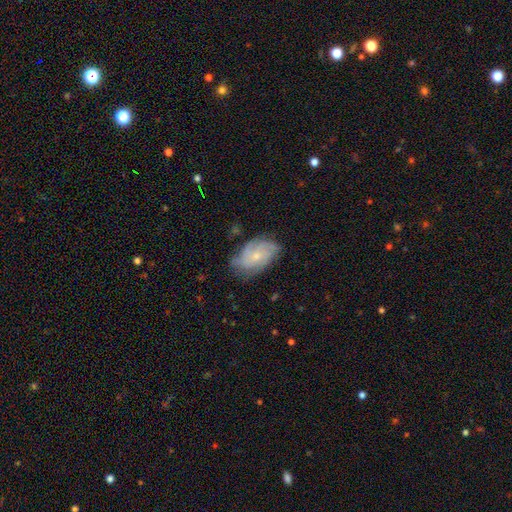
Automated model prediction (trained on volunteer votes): This appears to be a featured or disk galaxy (65%) with no bar (77%), tight (46%) spiral arms (87%) and a small central bulge (66%). Merging: none (64%).